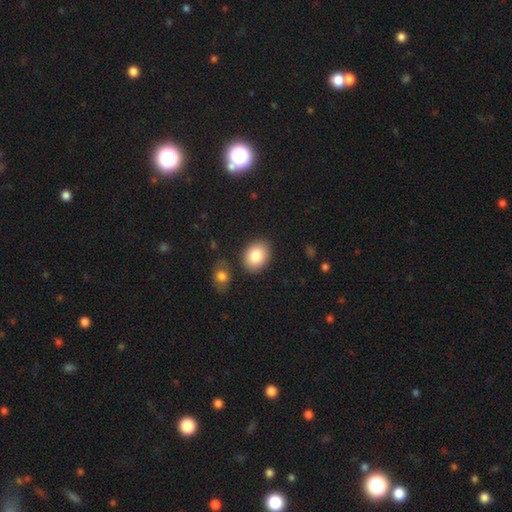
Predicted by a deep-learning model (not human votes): Smooth or featured? Predicted: smooth (p=0.83). How rounded? Predicted: in between (p=0.69). Merging? Predicted: none (p=0.84).